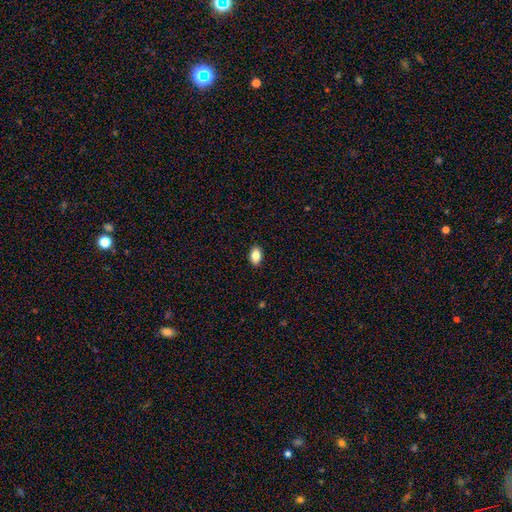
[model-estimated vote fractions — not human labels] The model was most divided on "smooth or featured": smooth: 85%, star or artifact: 8%, featured or disk: 7%. More confident: merging — none (90%); how rounded — in between (90%).